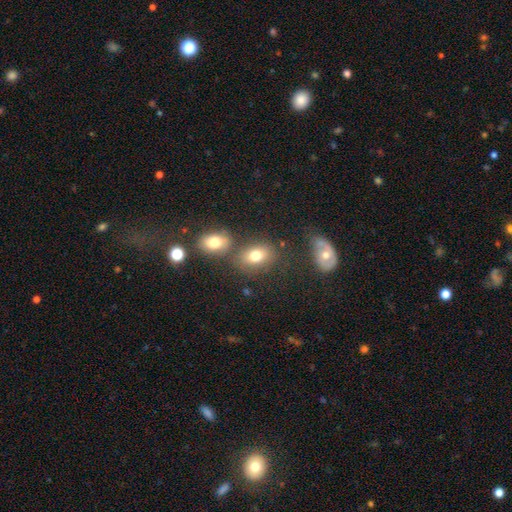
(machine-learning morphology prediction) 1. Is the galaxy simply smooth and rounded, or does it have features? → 75% smooth, 13% featured or disk, 12% star or artifact.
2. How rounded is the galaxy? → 71% in between, 28% round, 1% cigar-shaped.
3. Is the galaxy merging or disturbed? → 63% none, 18% merger, 13% minor disturbance, 5% major disturbance.